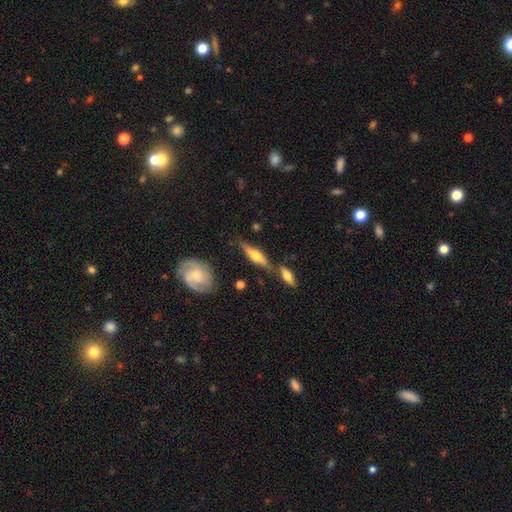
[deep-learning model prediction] Overall: featured or disk (59%; smooth 35%). Edge-on disk: yes (91%). Edge-on bulge: rounded (90%). Merging: none (67%).